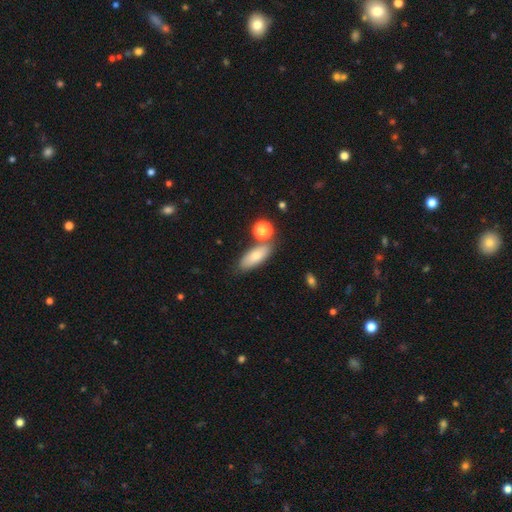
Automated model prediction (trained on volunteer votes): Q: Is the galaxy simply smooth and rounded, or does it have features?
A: smooth — 76%.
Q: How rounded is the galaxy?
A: in between — 72%.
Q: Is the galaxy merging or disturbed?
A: none — 70%.